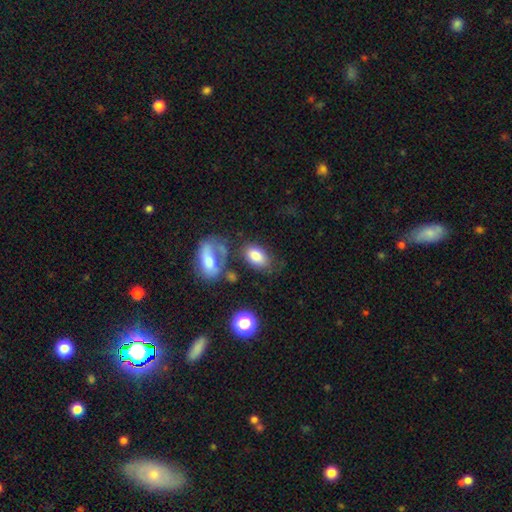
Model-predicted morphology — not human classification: This is likely a smooth galaxy (78%). How rounded: clearly in between (89%). Merging: likely none (62%).